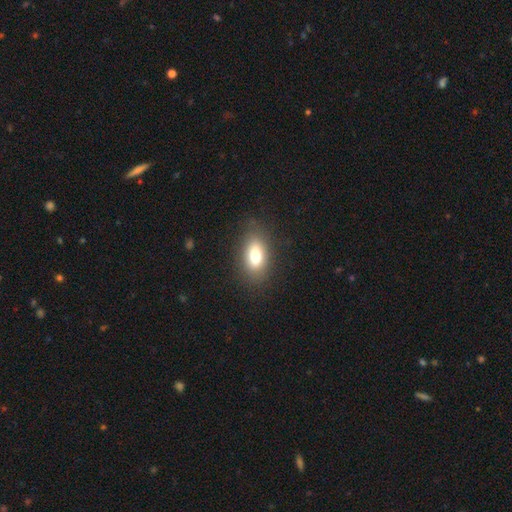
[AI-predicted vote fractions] Smooth or featured?
  - smooth: 78% *
  - featured or disk: 13%
  - star or artifact: 9%
How rounded?
  - in between: 87% *
  - round: 8%
  - cigar-shaped: 5%
Merging?
  - none: 83% *
  - minor disturbance: 11%
  - major disturbance: 4%
  - merger: 1%